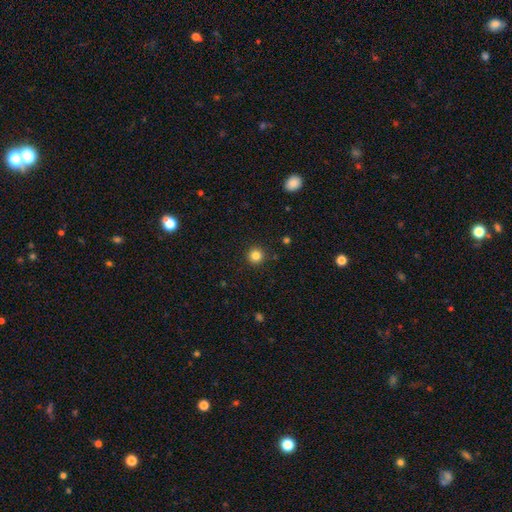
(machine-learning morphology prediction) smooth-or-featured: smooth: 84% | star or artifact: 12% | featured or disk: 4%
  how-rounded: round: 95% | in between: 4% | cigar-shaped: 1%
  merging: none: 91% | minor disturbance: 5% | major disturbance: 2% | merger: 1%